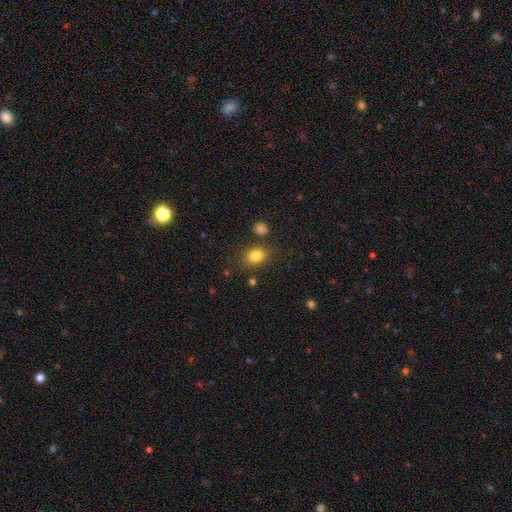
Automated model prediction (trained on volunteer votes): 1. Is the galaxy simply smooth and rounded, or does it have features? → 83% smooth, 11% star or artifact, 7% featured or disk.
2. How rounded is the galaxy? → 61% in between, 37% round, 1% cigar-shaped.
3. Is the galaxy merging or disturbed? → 79% none, 12% minor disturbance, 5% merger, 4% major disturbance.